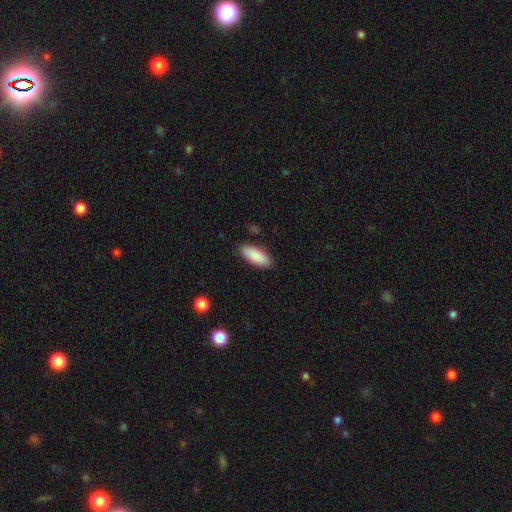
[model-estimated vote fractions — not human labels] smooth_or_featured: smooth (p=0.89) [alt: star or artifact p=0.06]
how_rounded: in between (p=0.78) [alt: cigar-shaped p=0.21]
merging: none (p=0.88) [alt: minor disturbance p=0.09]